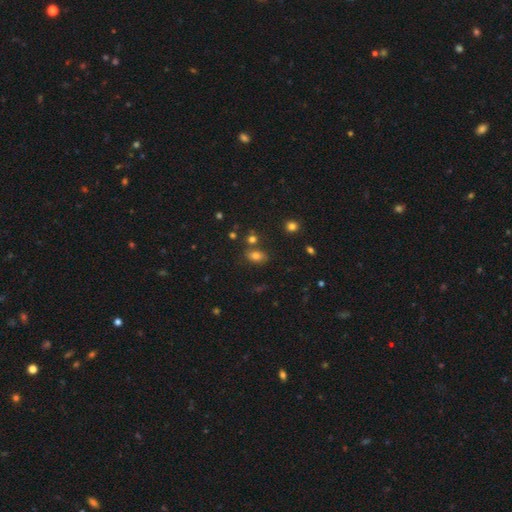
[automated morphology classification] A smooth galaxy with no disk features (75%) that is in between round and cigar-shaped (83%).

Vote fractions:
- Smooth or featured? smooth: 75% / star or artifact: 14% / featured or disk: 11%
- How rounded? in between: 83% / round: 14% / cigar-shaped: 3%
- Merging? none: 70% / minor disturbance: 14% / merger: 12% / major disturbance: 4%